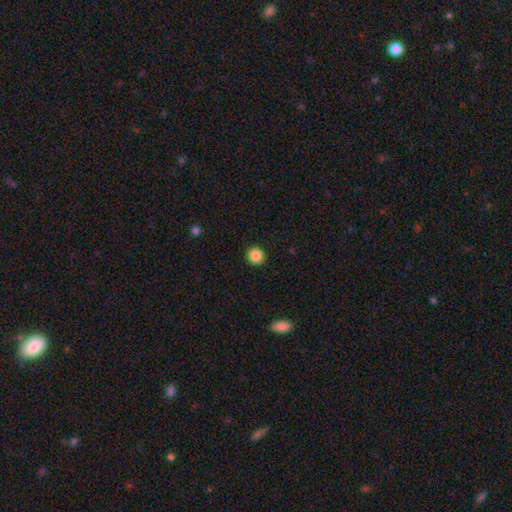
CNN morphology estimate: A smooth galaxy with no disk features (87%) that is round (93%). Merging: none (92%).